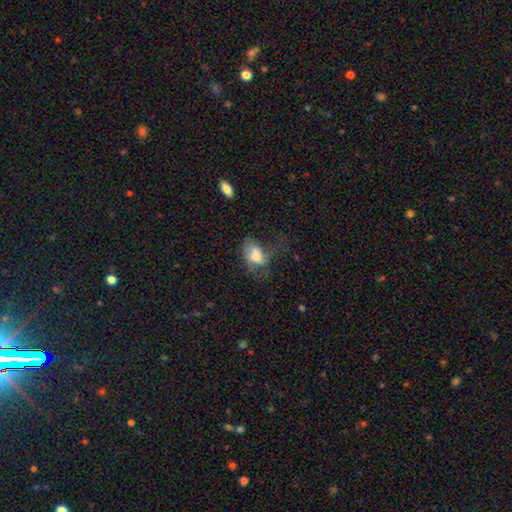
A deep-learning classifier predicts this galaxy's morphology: smooth 58%, featured or disk 32%, star or artifact 10%. Down the decision tree: how rounded — in between (79%); merging — major disturbance (47%).